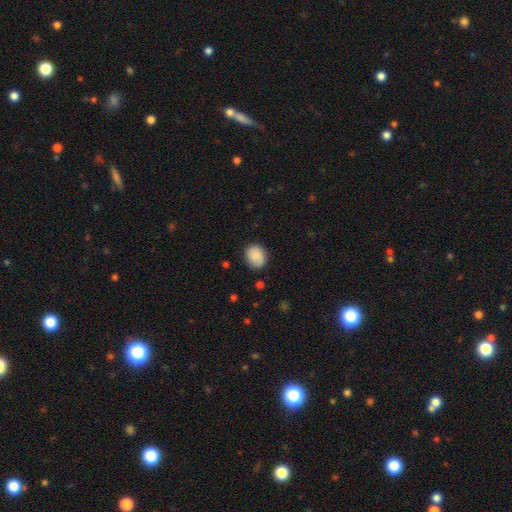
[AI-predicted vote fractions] Morphology: type=smooth (88%); roundness=round (56%); merging=none (81%).